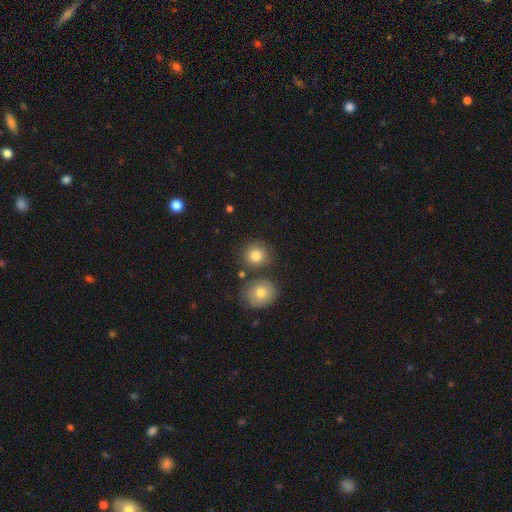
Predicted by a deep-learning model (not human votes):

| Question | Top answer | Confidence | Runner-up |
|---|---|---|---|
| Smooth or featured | smooth | 81% | star or artifact (10%) |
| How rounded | round | 87% | in between (12%) |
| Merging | none | 72% | merger (13%) |